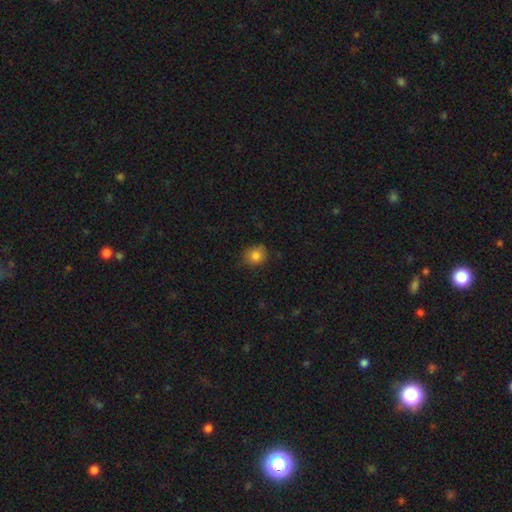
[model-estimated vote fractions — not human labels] Smooth or featured? smooth (83%)
How rounded? round (76%)
Merging? none (78%)